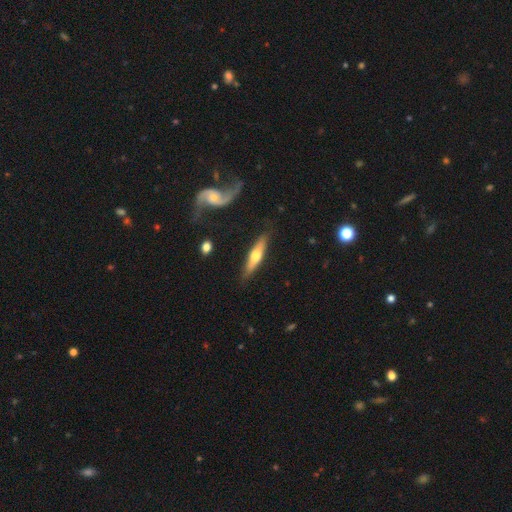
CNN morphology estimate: featured or disk 49%, smooth 46%, star or artifact 5%. Down the decision tree: merging — none (82%).